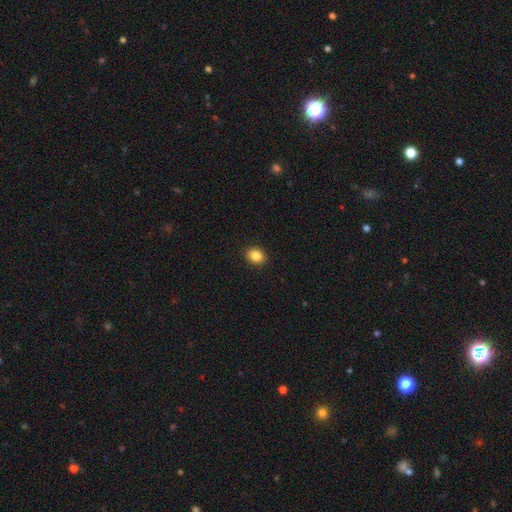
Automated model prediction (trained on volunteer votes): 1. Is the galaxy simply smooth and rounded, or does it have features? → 86% smooth, 10% star or artifact, 5% featured or disk.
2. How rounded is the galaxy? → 52% round, 47% in between, 1% cigar-shaped.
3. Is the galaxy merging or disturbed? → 91% none, 6% minor disturbance, 2% major disturbance, 1% merger.